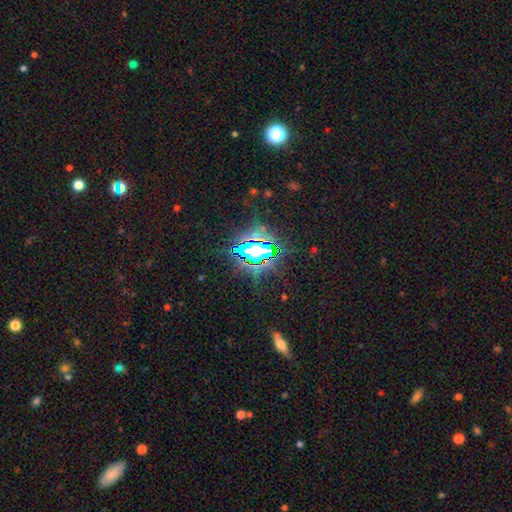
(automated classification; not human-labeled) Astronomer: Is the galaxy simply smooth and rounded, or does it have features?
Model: star or artifact — 79%.